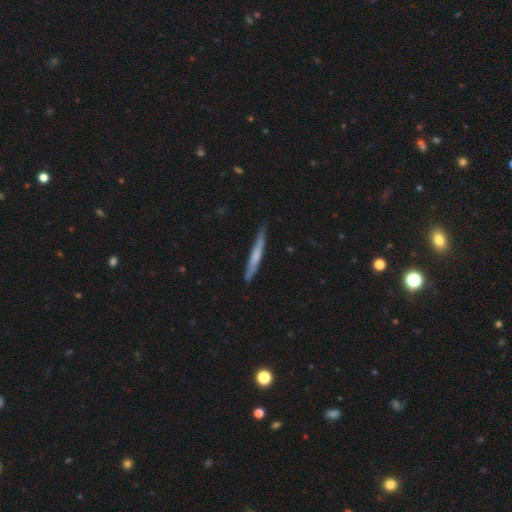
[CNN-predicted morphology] Smooth or featured? Predicted: smooth (p=0.56). How rounded? Predicted: cigar-shaped (p=0.96). Merging? Predicted: none (p=0.80).